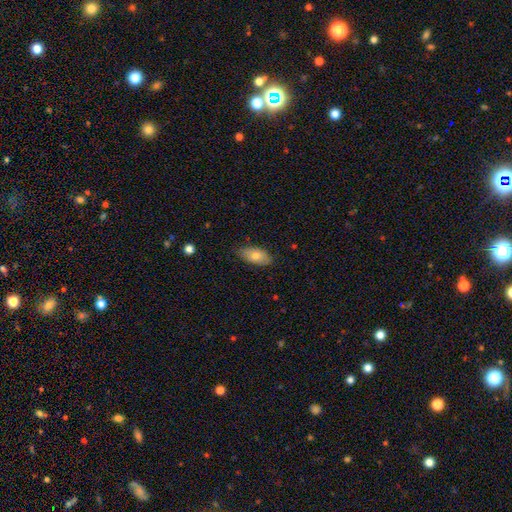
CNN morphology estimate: This appears to be a smooth galaxy with no disk features (76%) that is in between round and cigar-shaped (91%). Merging: none (81%).